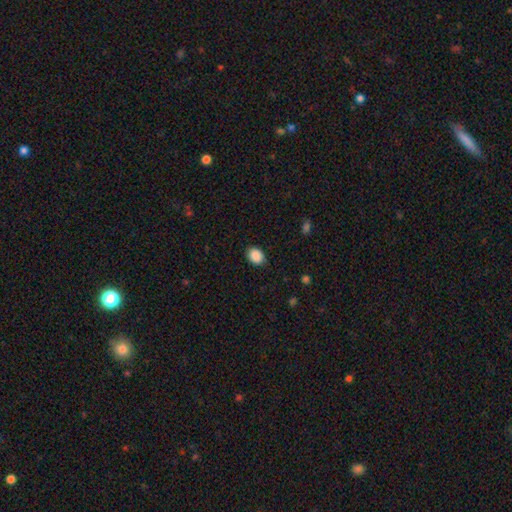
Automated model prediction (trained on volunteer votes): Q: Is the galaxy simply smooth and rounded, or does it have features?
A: smooth — 89%.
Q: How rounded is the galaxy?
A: in between — 62%.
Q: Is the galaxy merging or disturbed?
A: none — 87%.